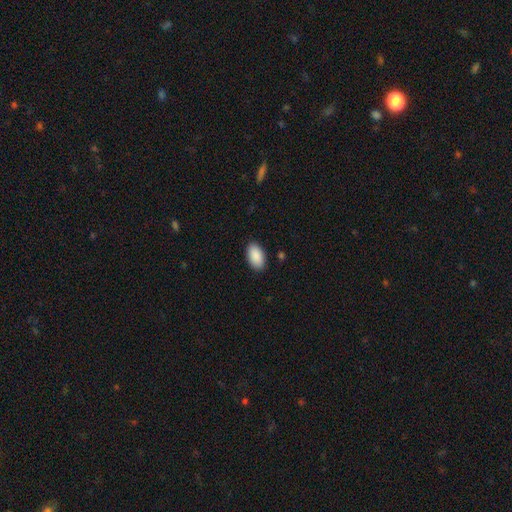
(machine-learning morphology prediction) This appears to be a smooth galaxy with no disk features (91%) that is in between round and cigar-shaped (95%). Merging: none (88%).